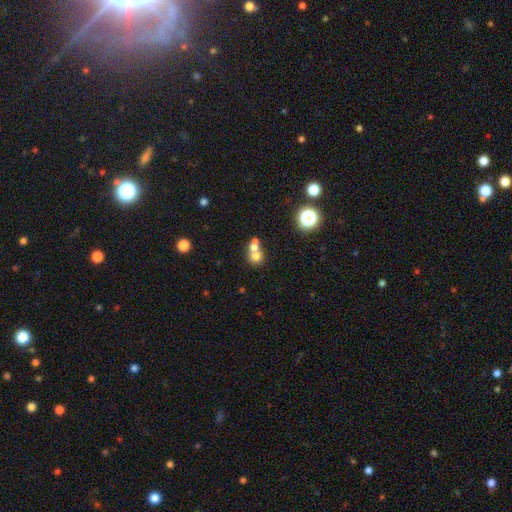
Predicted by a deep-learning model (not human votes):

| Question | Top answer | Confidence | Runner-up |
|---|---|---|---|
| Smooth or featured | smooth | 67% | featured or disk (19%) |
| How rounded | round | 75% | in between (24%) |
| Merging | merger | 64% | none (28%) |